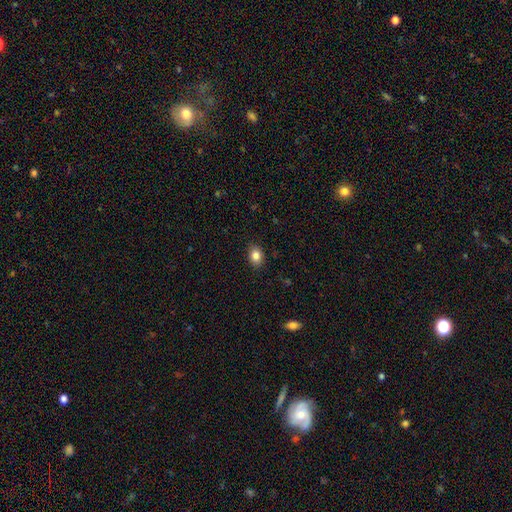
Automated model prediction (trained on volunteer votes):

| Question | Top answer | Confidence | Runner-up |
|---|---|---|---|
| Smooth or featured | smooth | 84% | star or artifact (9%) |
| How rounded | in between | 65% | round (34%) |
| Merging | none | 88% | minor disturbance (9%) |